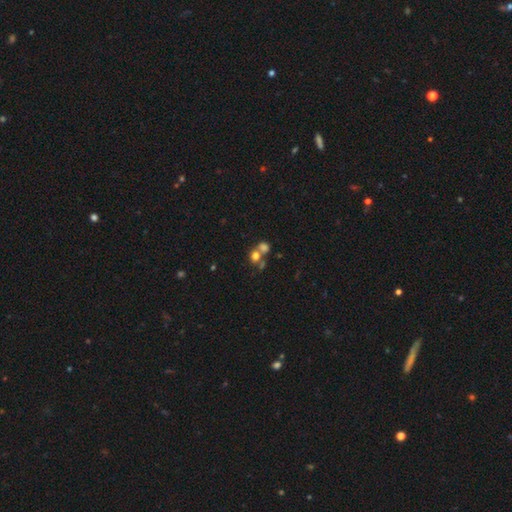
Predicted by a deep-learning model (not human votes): Smooth or featured: smooth — 69% (star or artifact — 16%)
How rounded: round — 77% (in between — 22%)
Merging: merger — 52% (none — 36%)